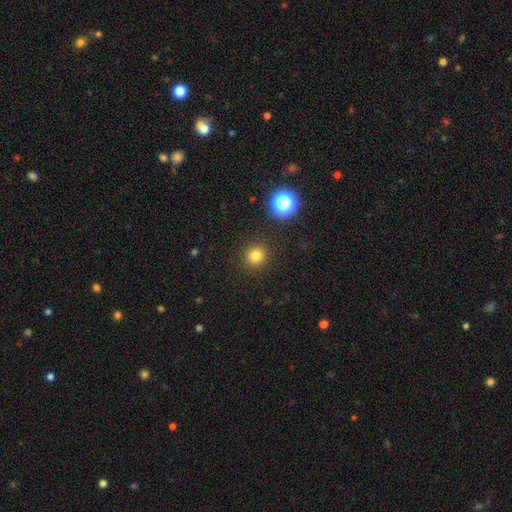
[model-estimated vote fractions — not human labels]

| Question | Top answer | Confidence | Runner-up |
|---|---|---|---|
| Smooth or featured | smooth | 79% | star or artifact (15%) |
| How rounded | round | 92% | in between (7%) |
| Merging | none | 91% | minor disturbance (5%) |